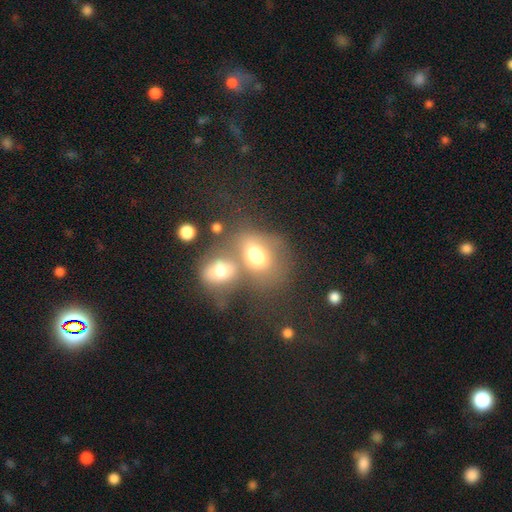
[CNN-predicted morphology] A smooth galaxy with no disk features (64%) that is in between round and cigar-shaped (67%). Merging: merger (62%).